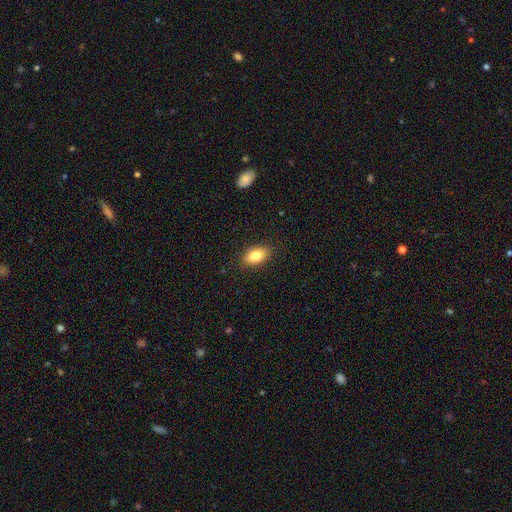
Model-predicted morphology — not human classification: smooth-or-featured: smooth: 82% | featured or disk: 10% | star or artifact: 8%
  how-rounded: in between: 90% | round: 8% | cigar-shaped: 3%
  merging: none: 87% | minor disturbance: 9% | major disturbance: 2% | merger: 1%